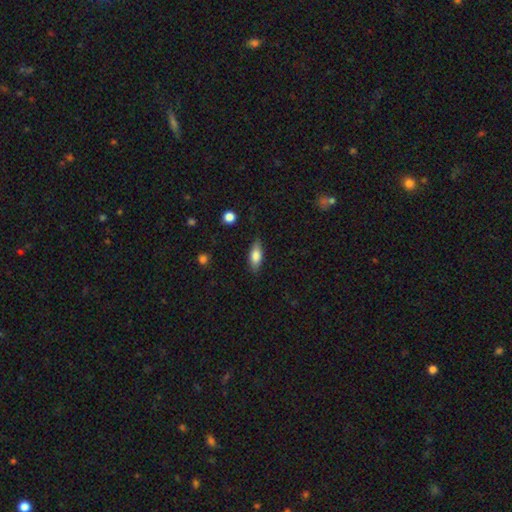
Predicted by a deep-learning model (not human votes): Smooth or featured?
  - smooth: 78% *
  - featured or disk: 15%
  - star or artifact: 7%
How rounded?
  - in between: 77% *
  - cigar-shaped: 20%
  - round: 3%
Merging?
  - none: 83% *
  - minor disturbance: 13%
  - major disturbance: 3%
  - merger: 1%